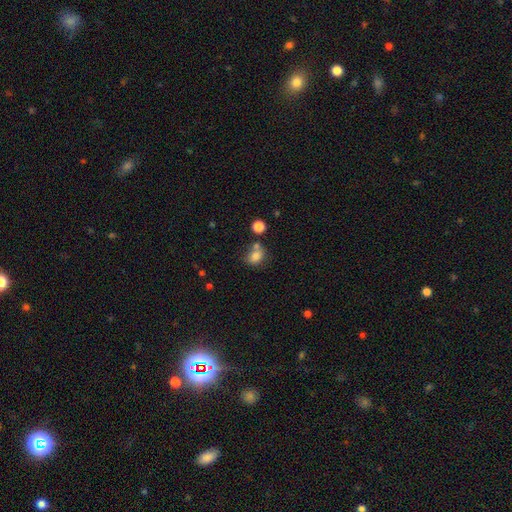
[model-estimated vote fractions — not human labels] smooth_or_featured: smooth (p=0.78) [alt: star or artifact p=0.12]
how_rounded: round (p=0.52) [alt: in between p=0.47]
merging: none (p=0.56) [alt: merger p=0.23]